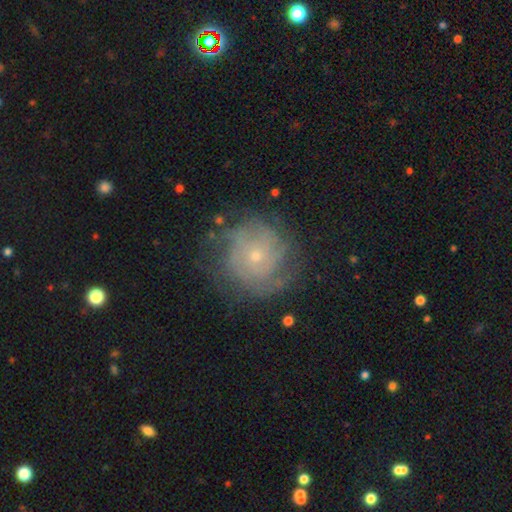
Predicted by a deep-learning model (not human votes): Smooth or featured?
  - featured or disk: 71% *
  - smooth: 20%
  - star or artifact: 8%
Edge-on disk?
  - no: 97% *
  - yes: 3%
Bar?
  - no: 82% *
  - weak: 15%
  - strong: 3%
Spiral arms?
  - yes: 84% *
  - no: 16%
Spiral winding?
  - tight: 66% *
  - medium: 26%
  - loose: 9%
Spiral arm count?
  - can't tell: 48% *
  - 2: 16%
  - 3: 15%
  - 4: 11%
  - more than 4: 6%
  - 1: 5%
Bulge size?
  - small: 72% *
  - moderate: 25%
  - none: 1%
  - large: 1%
  - dominant: 1%
Merging?
  - none: 70% *
  - minor disturbance: 19%
  - major disturbance: 10%
  - merger: 2%